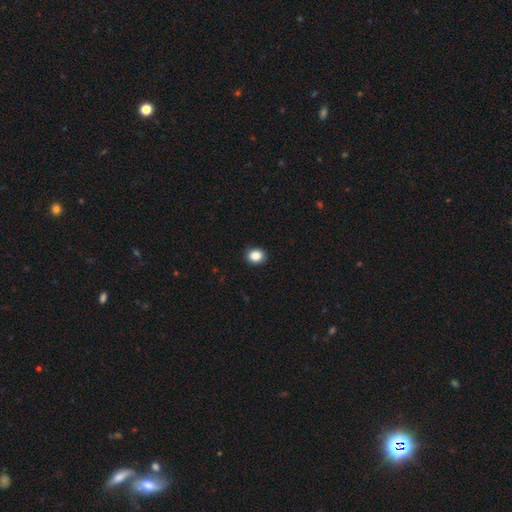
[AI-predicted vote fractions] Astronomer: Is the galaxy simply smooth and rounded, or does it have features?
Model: smooth — 87%.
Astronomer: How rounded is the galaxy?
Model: round — 65%.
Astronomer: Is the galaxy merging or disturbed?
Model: none — 91%.